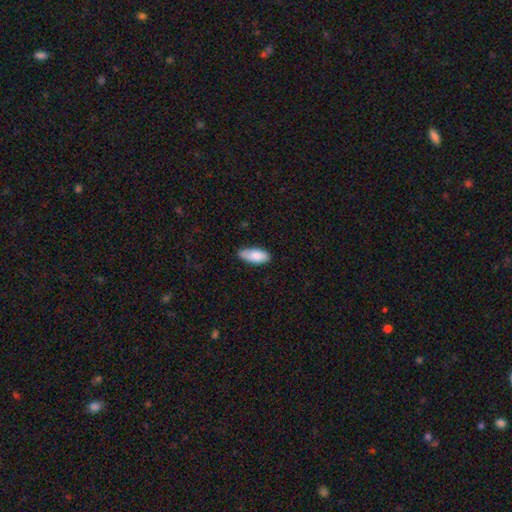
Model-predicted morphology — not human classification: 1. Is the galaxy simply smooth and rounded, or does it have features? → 85% smooth, 9% featured or disk, 6% star or artifact.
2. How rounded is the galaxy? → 86% in between, 13% cigar-shaped, 2% round.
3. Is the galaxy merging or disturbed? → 76% none, 20% minor disturbance, 3% major disturbance, 1% merger.